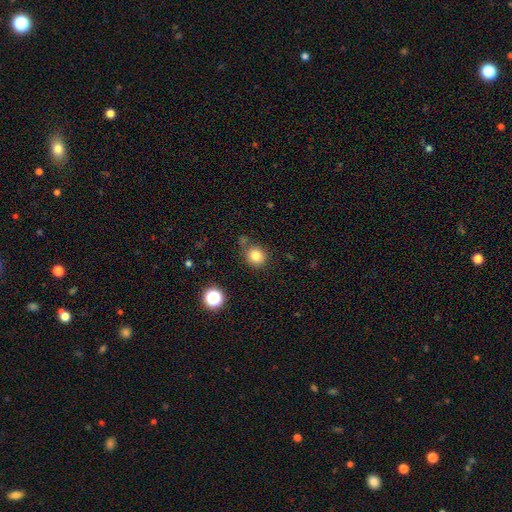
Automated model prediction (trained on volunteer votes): The model was most divided on "merging": none: 74%, minor disturbance: 15%, merger: 7%, major disturbance: 5%. More confident: how rounded — round (83%); smooth or featured — smooth (82%).